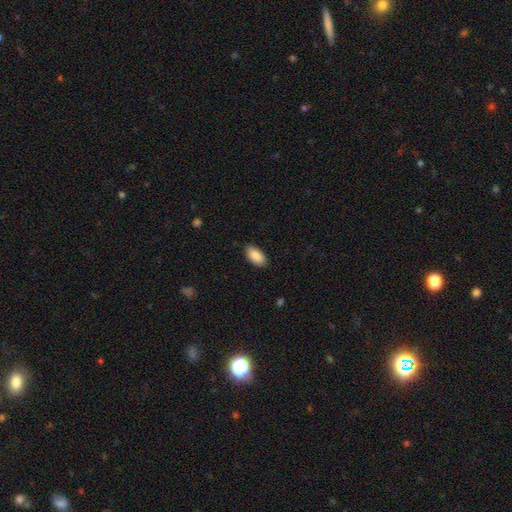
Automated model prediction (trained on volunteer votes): smooth_or_featured: smooth (p=0.88) [alt: star or artifact p=0.06]
how_rounded: in between (p=0.93) [alt: cigar-shaped p=0.04]
merging: none (p=0.87) [alt: minor disturbance p=0.10]